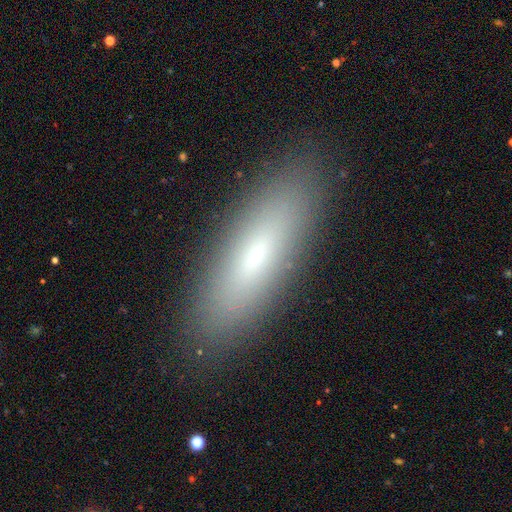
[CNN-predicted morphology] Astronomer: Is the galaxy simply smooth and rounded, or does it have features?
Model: smooth — 68%.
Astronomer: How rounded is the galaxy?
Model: in between — 49% (runner-up: cigar-shaped, 48%).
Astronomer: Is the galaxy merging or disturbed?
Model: none — 88%.